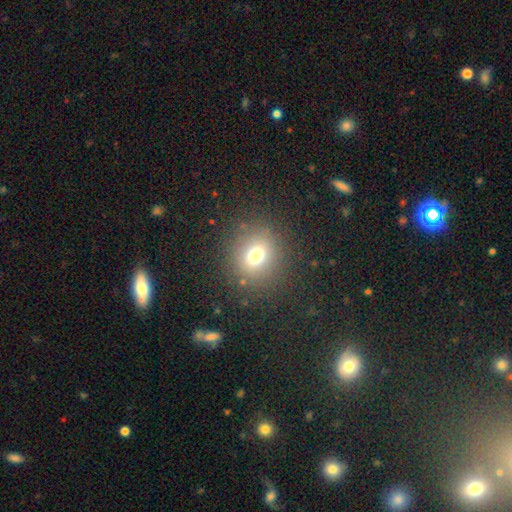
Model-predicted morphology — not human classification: Smooth or featured? Predicted: smooth (p=0.71). How rounded? Predicted: round (p=0.81). Merging? Predicted: none (p=0.85).